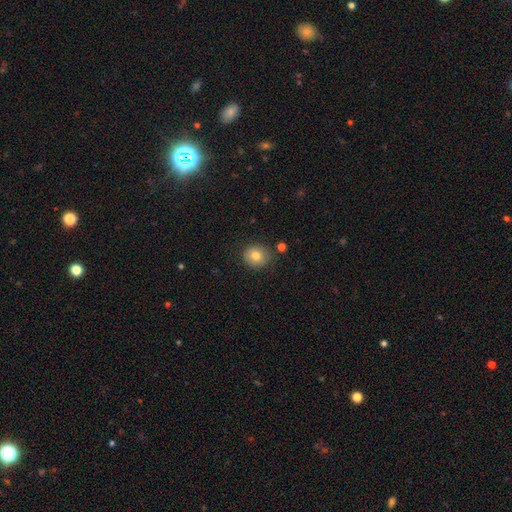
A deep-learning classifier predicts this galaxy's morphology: type=smooth (80%); roundness=round (80%); merging=none (82%).